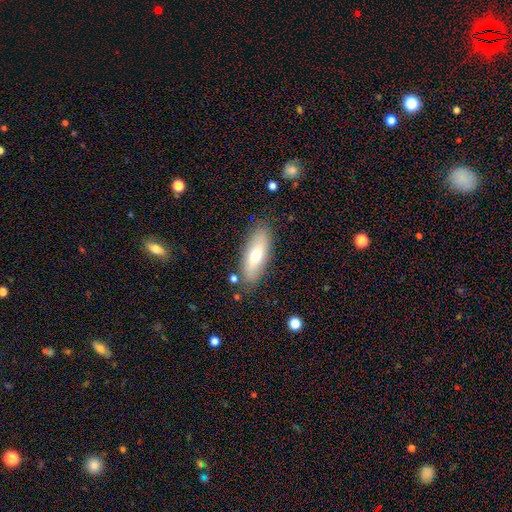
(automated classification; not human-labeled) Smooth or featured? Predicted: smooth (p=0.63). How rounded? Predicted: in between (p=0.65). Merging? Predicted: none (p=0.83).